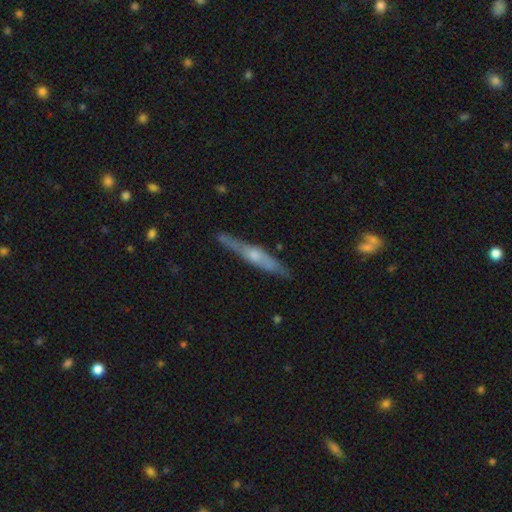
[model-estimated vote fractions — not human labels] Overall: featured or disk (69%). Edge-on disk: yes (94%). Edge-on bulge: rounded (81%). Merging: none (85%).